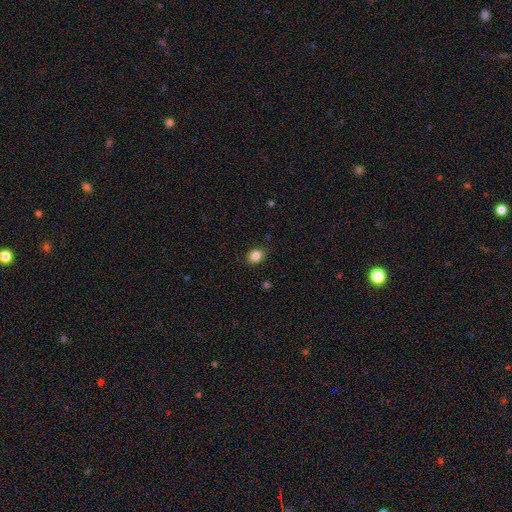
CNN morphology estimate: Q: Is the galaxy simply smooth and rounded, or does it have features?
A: smooth — 85%.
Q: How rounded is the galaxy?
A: in between — 55%.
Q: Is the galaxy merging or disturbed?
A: none — 86%.